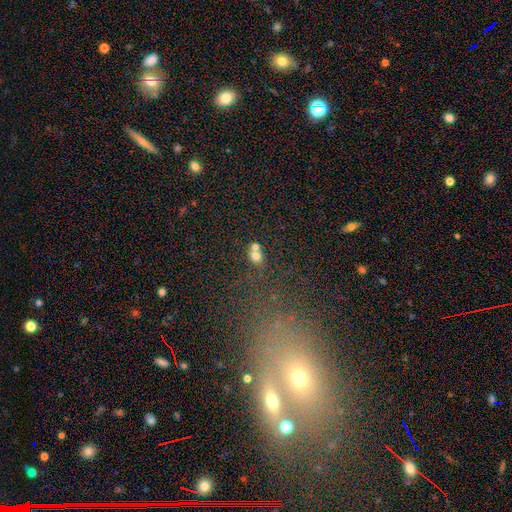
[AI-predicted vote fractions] Morphology: type=smooth (69%); roundness=round (66%); merging=merger (51%).